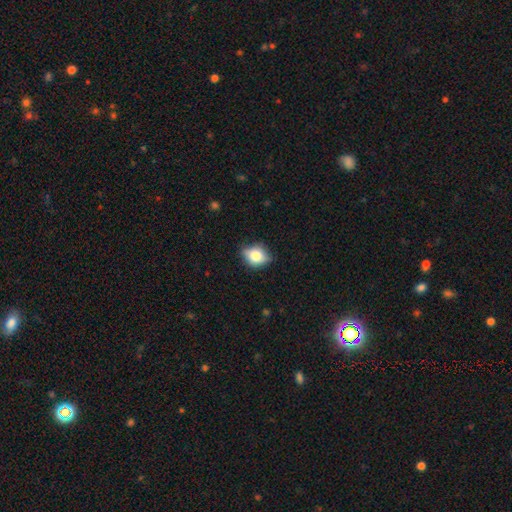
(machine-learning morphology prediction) The model was most divided on "how rounded": round: 52%, in between: 47%, cigar-shaped: 2%. More confident: smooth or featured — smooth (71%); merging — none (71%).